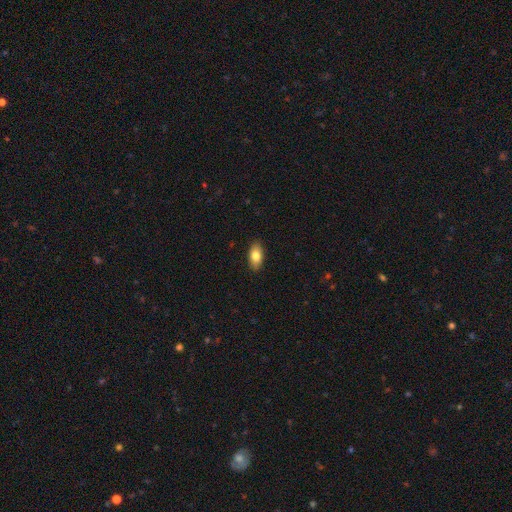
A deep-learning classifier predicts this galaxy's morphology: type=smooth (80%); roundness=in between (90%); merging=none (89%).